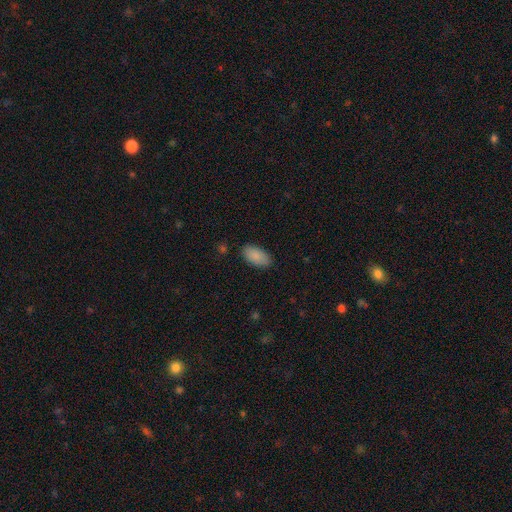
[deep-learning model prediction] Overall: smooth (88%). How rounded: in between (94%). Merging: none (85%).